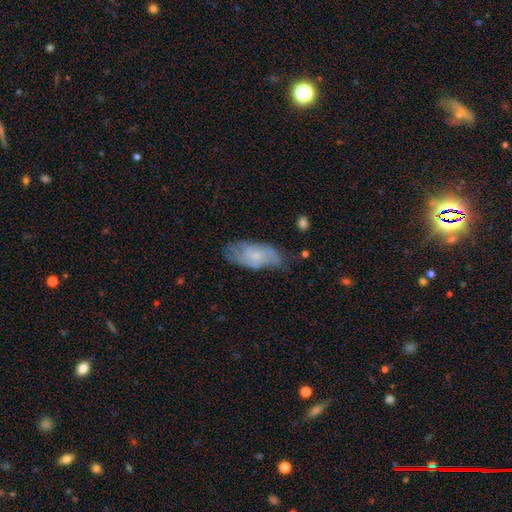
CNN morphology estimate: A featured or disk galaxy (47%). Merging: none (59%).